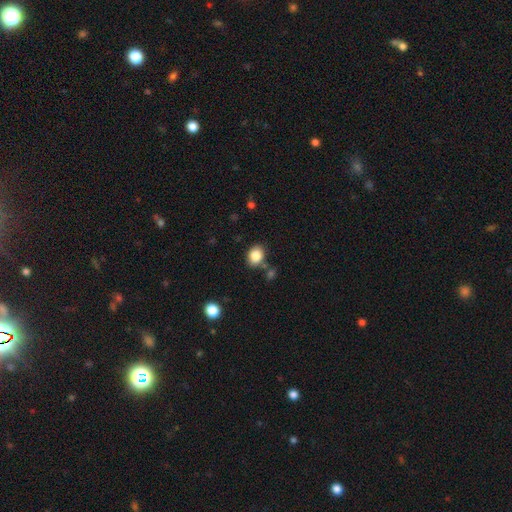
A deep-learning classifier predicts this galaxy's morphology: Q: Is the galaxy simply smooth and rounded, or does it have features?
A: smooth — 84%.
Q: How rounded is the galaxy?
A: in between — 55%.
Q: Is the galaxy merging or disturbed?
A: none — 78%.